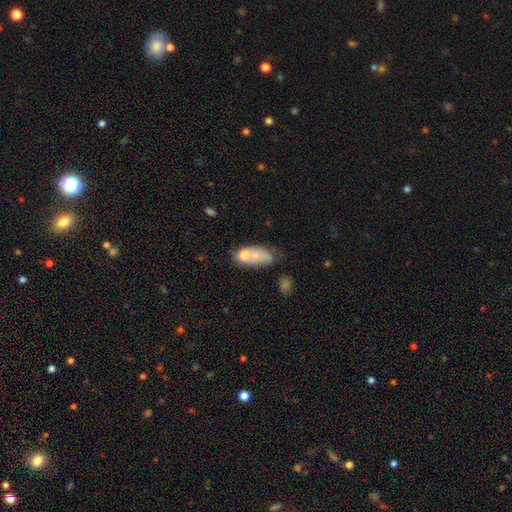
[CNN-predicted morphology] A smooth galaxy with no disk features (65%) that is in between round and cigar-shaped (81%). Merging: merger (38%).